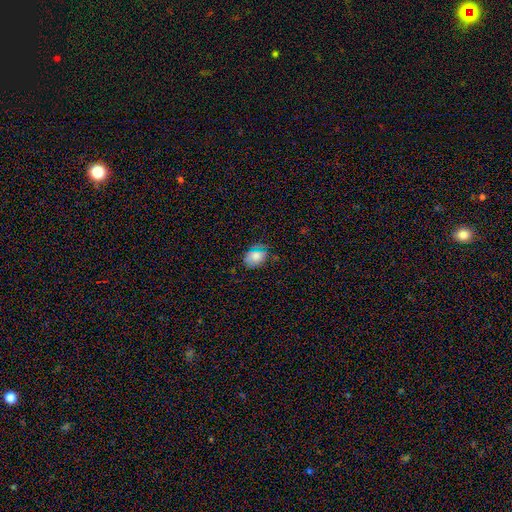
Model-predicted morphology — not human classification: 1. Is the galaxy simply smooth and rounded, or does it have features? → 73% smooth, 17% star or artifact, 10% featured or disk.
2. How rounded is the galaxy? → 65% in between, 33% round, 2% cigar-shaped.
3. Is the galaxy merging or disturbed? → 73% none, 20% minor disturbance, 5% major disturbance, 2% merger.